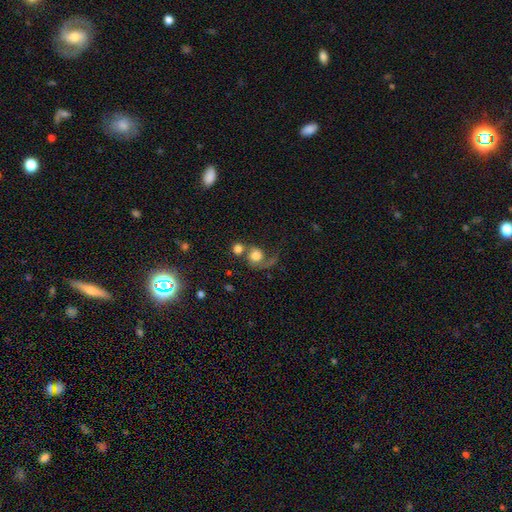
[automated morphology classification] This is possibly a smooth galaxy (60%). How rounded: clearly round (82%). Merging: marginally merger (38%).